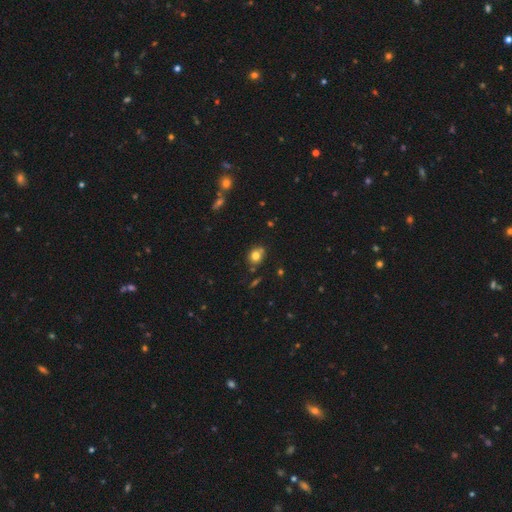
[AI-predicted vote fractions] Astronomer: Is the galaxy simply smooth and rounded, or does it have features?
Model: smooth — 77%.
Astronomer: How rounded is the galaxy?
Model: round — 69%.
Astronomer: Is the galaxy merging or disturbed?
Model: none — 69%.